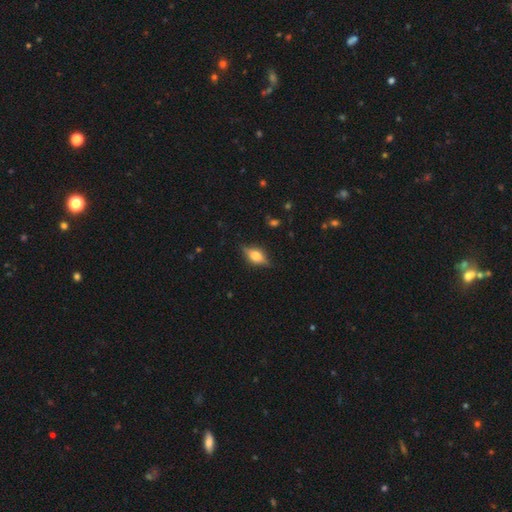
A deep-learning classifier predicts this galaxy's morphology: type=featured or disk (48%); merging=none (81%).